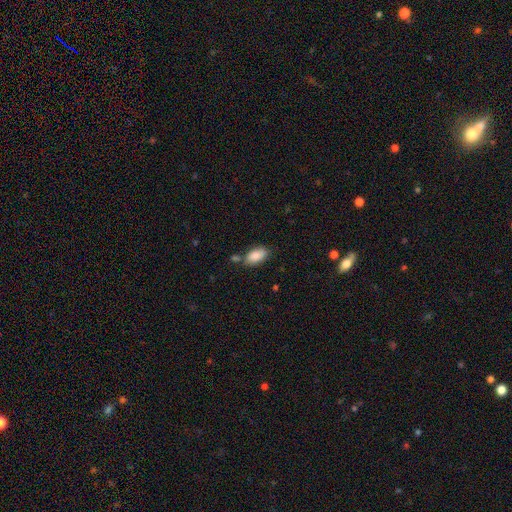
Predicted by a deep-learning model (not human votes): Smooth or featured? Predicted: smooth (p=0.88). How rounded? Predicted: in between (p=0.93). Merging? Predicted: none (p=0.69).